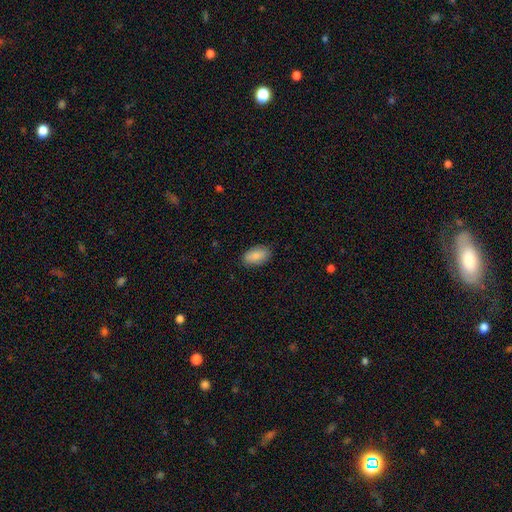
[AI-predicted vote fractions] The model was most divided on "merging": none: 86%, minor disturbance: 11%, major disturbance: 2%, merger: 1%. More confident: how rounded — in between (93%); smooth or featured — smooth (86%).